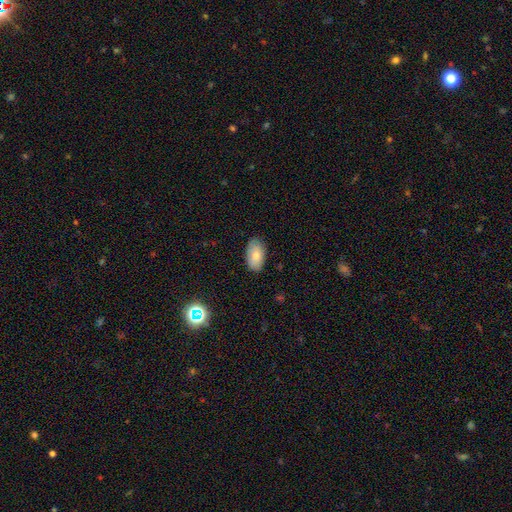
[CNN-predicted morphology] A smooth galaxy with no disk features (79%) that is in between round and cigar-shaped (94%). Merging: none (83%).